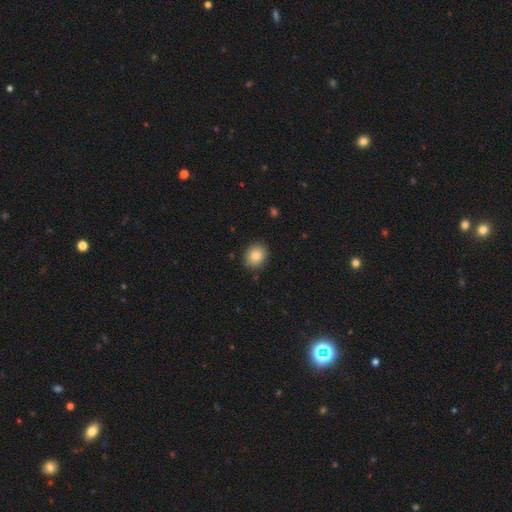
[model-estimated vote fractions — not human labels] Smooth or featured: smooth — 85% (star or artifact — 9%)
How rounded: round — 59% (in between — 40%)
Merging: none — 88% (minor disturbance — 9%)